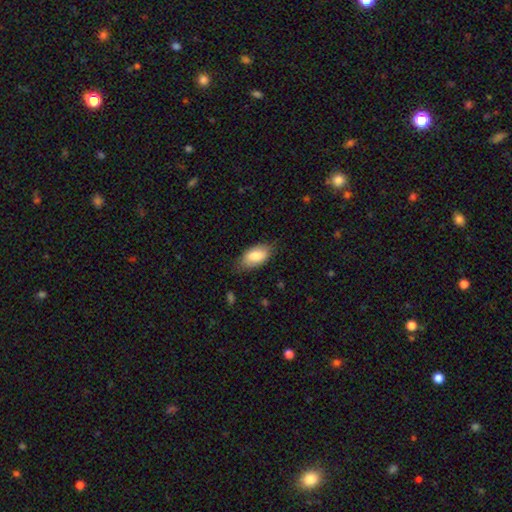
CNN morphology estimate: Overall: smooth (80%). How rounded: in between (93%). Merging: none (74%).